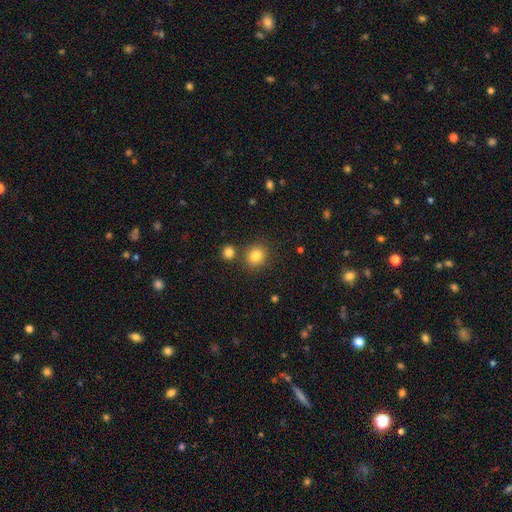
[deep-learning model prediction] This is clearly a smooth galaxy (83%). How rounded: clearly round (82%). Merging: likely none (78%).